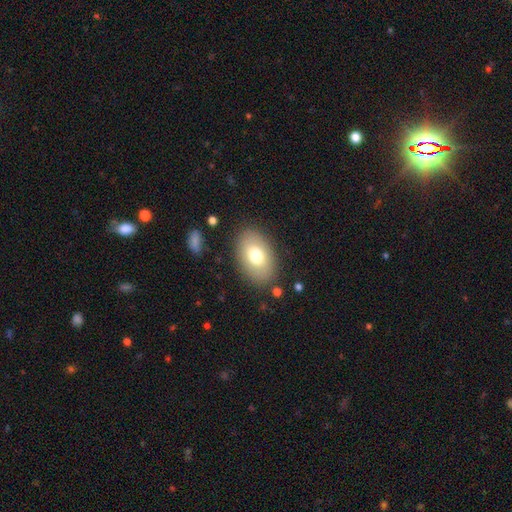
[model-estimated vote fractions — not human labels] Smooth or featured? smooth (73%)
How rounded? in between (88%)
Merging? none (84%)